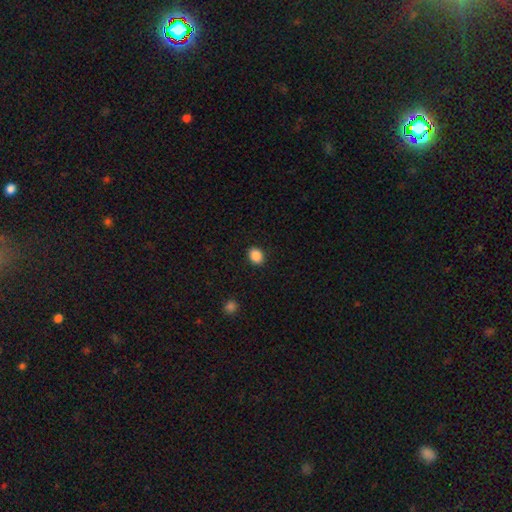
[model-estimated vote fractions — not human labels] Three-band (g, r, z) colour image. It shows a smooth galaxy with no disk features (89%) that is round (52%). Merging: none (91%).